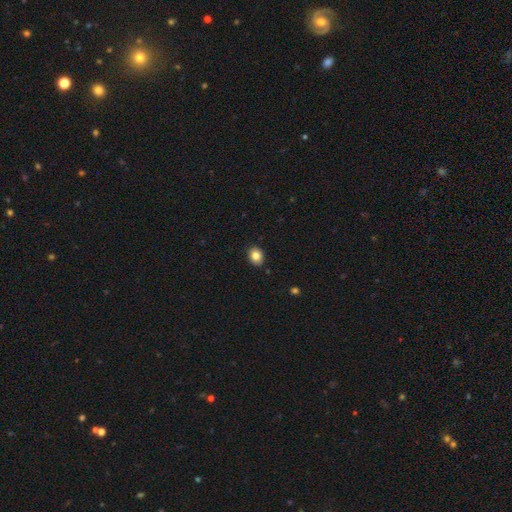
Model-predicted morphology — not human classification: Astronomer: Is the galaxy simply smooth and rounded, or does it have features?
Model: smooth — 83%.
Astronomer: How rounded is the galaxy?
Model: in between — 52% (runner-up: round, 47%).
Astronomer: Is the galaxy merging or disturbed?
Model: none — 88%.